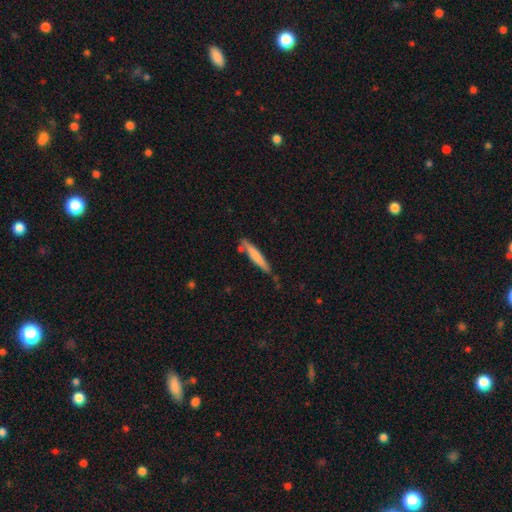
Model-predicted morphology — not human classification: smooth_or_featured: smooth (p=0.69) [alt: featured or disk p=0.26]
how_rounded: cigar-shaped (p=0.93) [alt: in between p=0.06]
merging: none (p=0.74) [alt: minor disturbance p=0.16]